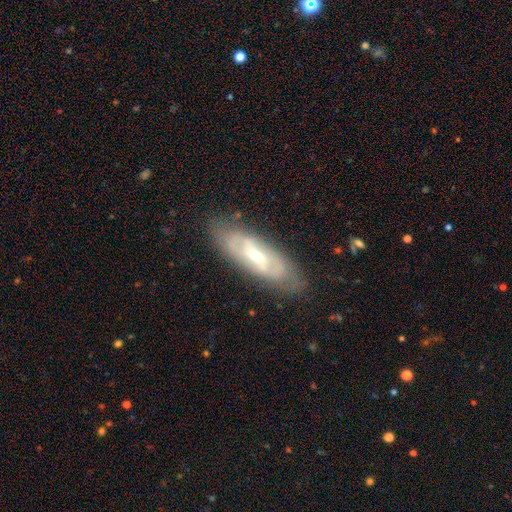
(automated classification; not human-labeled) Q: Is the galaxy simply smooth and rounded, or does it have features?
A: featured or disk — 72%.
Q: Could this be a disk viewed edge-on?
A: no — 82%.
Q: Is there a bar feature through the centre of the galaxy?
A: weak — 47%.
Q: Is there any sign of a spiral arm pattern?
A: yes — 73%.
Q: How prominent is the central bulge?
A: moderate — 51%.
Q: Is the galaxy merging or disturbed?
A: none — 80%.